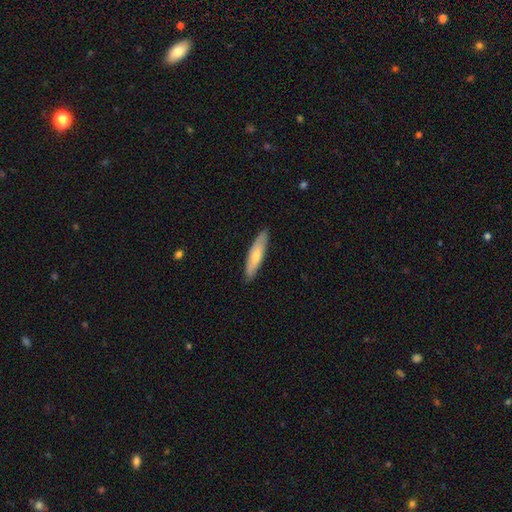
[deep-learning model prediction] The model was most divided on "smooth or featured": smooth: 62%, featured or disk: 33%, star or artifact: 6%. More confident: merging — none (88%); how rounded — cigar-shaped (78%).